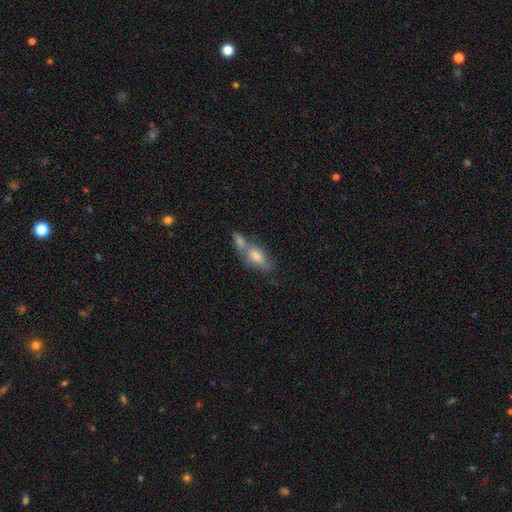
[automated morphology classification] Smooth or featured: smooth — 59% (featured or disk — 30%)
How rounded: in between — 78% (cigar-shaped — 15%)
Merging: merger — 51% (none — 29%)